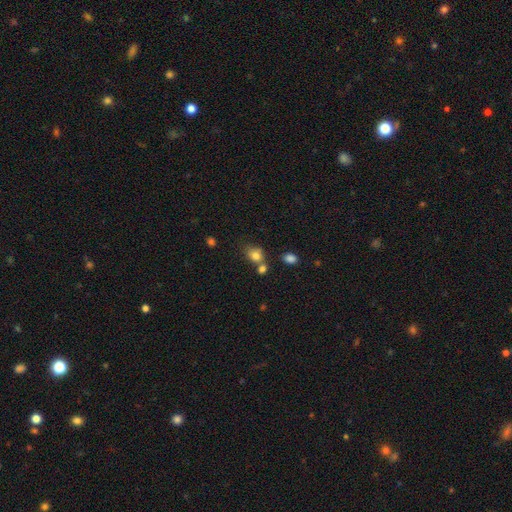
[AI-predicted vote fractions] Overall: smooth (80%). How rounded: round (50%; in between 49%). Merging: none (52%; merger 26%).